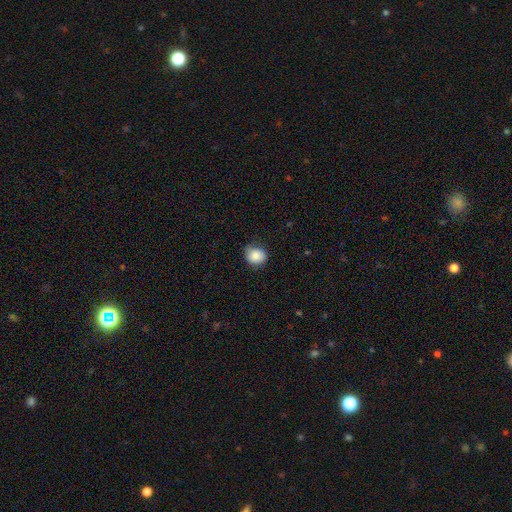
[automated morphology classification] Smooth or featured? Predicted: smooth (p=0.86). How rounded? Predicted: round (p=0.70). Merging? Predicted: none (p=0.71).